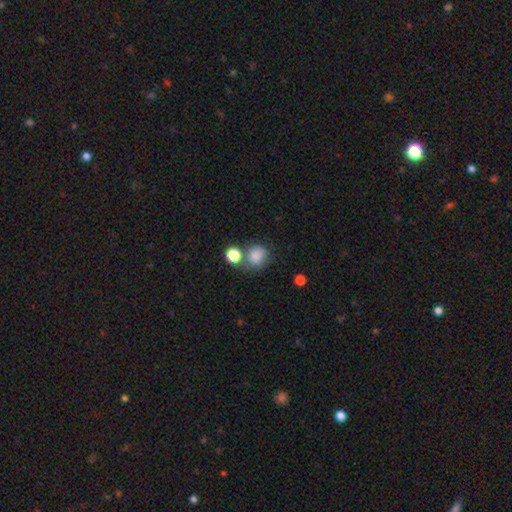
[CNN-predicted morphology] Overall: smooth (83%). How rounded: round (83%). Merging: none (57%; merger 23%).